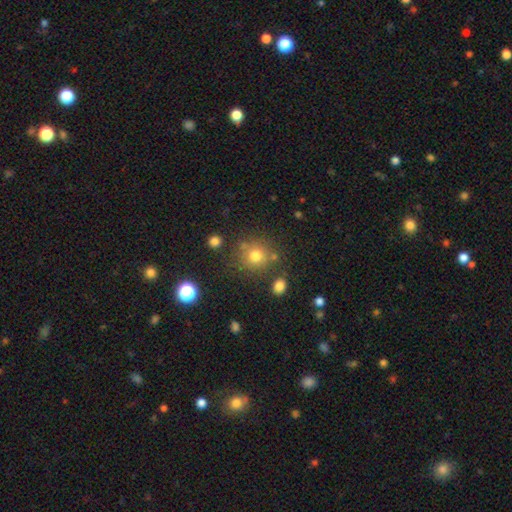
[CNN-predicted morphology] Q: Smooth or featured?
A: smooth (75%); runner-up: star or artifact (16%)
Q: How rounded?
A: round (89%); runner-up: in between (10%)
Q: Merging?
A: none (76%); runner-up: minor disturbance (11%)